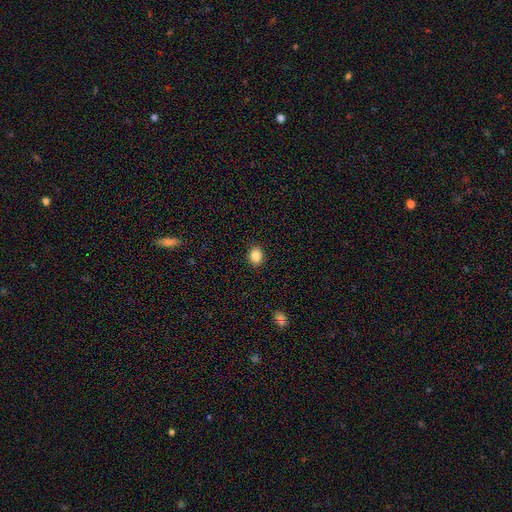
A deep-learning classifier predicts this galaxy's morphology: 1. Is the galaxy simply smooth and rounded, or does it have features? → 86% smooth, 10% star or artifact, 4% featured or disk.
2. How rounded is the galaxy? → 66% round, 33% in between, 1% cigar-shaped.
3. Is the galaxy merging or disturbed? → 90% none, 7% minor disturbance, 2% major disturbance, 1% merger.